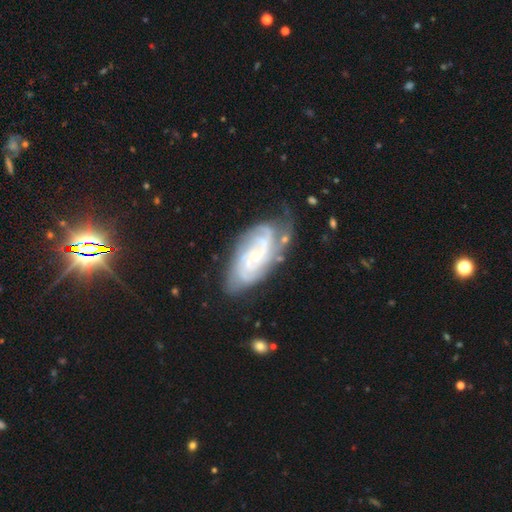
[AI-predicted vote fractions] featured or disk 83%, smooth 10%, star or artifact 6%. Down the decision tree: edge-on disk — no (94%); bar — no (65%); spiral arms — yes (95%); spiral arm count — can't tell (31%); spiral winding — tight (61%); bulge size — small (72%); merging — none (61%).